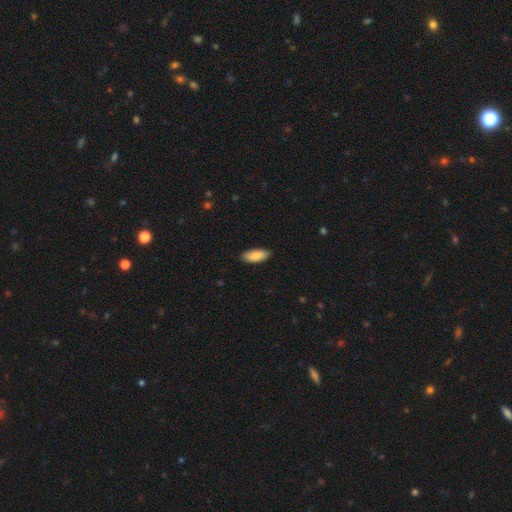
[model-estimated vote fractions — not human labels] Morphology: type=smooth (85%); roundness=in between (81%); merging=none (89%).